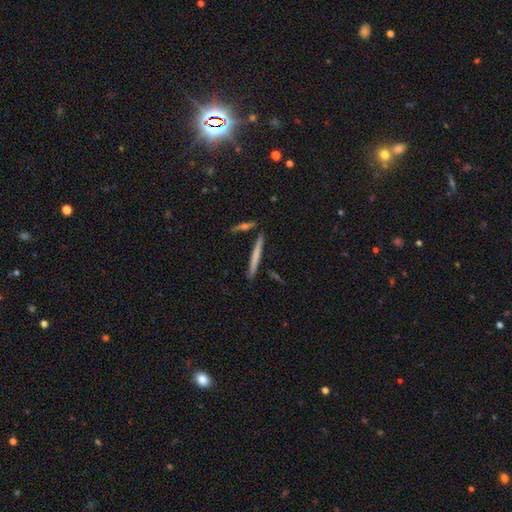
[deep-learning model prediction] The model was most divided on "smooth or featured": smooth: 52%, featured or disk: 42%, star or artifact: 6%. More confident: how rounded — cigar-shaped (96%); merging — none (87%).